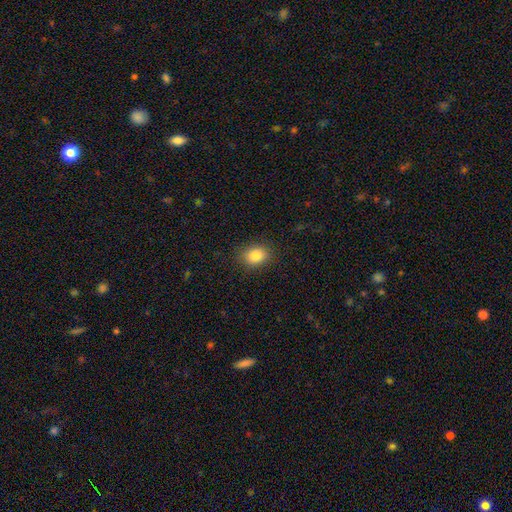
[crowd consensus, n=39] Volunteers were most divided on "how rounded": in between: 59%, round: 41%, cigar-shaped: 0%. More confident: smooth or featured — smooth (82%); merging — none (81%).